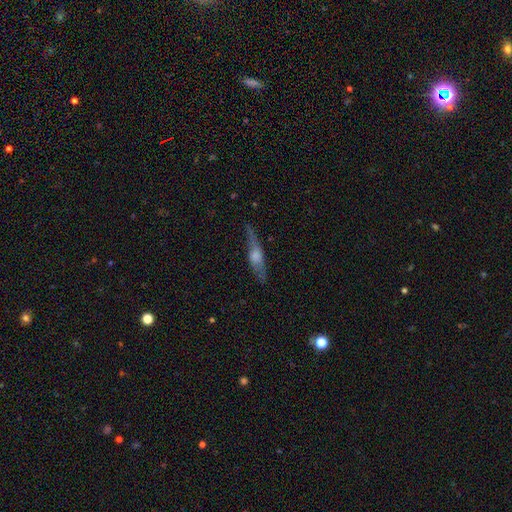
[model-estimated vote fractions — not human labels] featured or disk 66%, smooth 26%, star or artifact 7%. Down the decision tree: edge-on disk — yes (91%); edge-on bulge — rounded (83%); merging — none (74%).